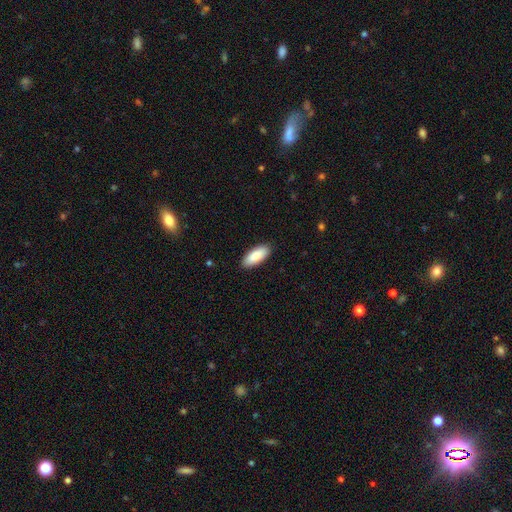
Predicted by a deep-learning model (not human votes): Smooth or featured? smooth (89%)
How rounded? in between (82%)
Merging? none (90%)